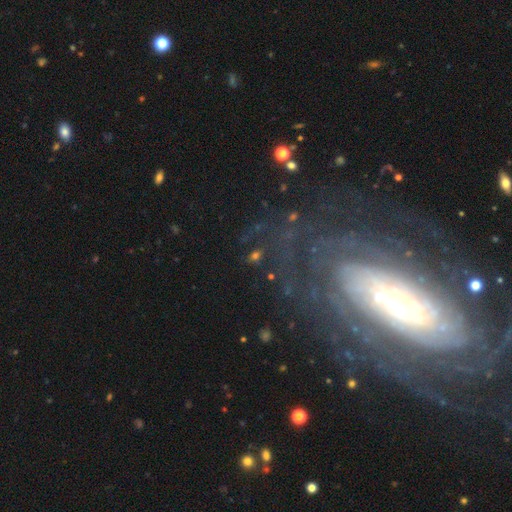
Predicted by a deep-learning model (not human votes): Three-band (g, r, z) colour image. It shows a featured or disk galaxy (36%). Merging: none (66%).